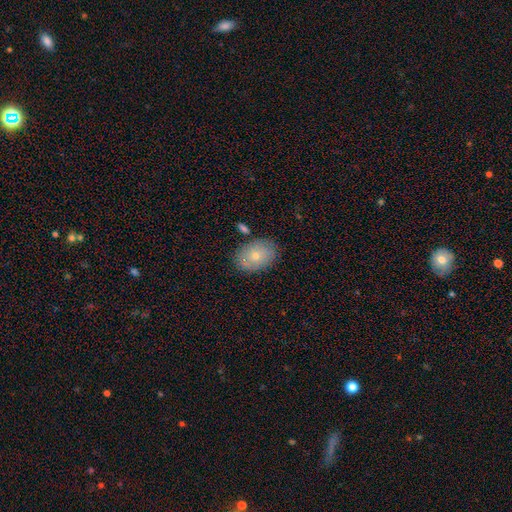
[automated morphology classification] Overall: smooth (67%). How rounded: in between (80%). Merging: none (80%).